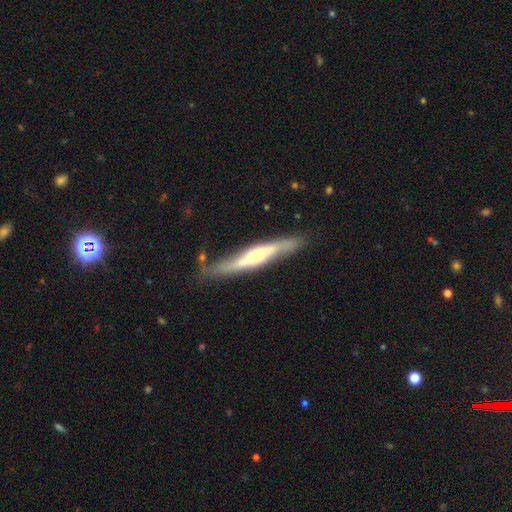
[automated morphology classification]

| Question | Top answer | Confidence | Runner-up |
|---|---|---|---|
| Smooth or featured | featured or disk | 62% | smooth (33%) |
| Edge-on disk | yes | 73% | no (27%) |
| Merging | none | 71% | minor disturbance (19%) |